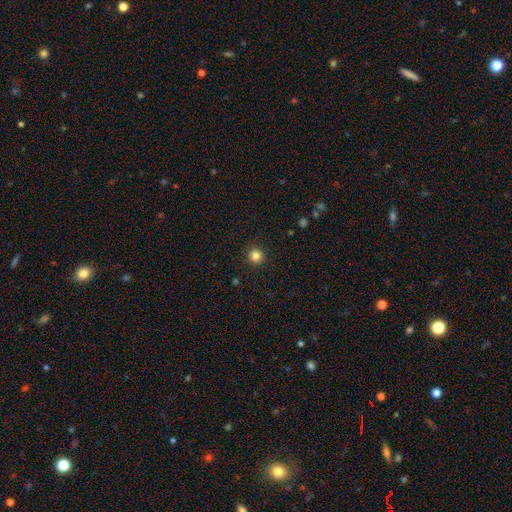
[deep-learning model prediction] Overall: smooth (83%). How rounded: round (95%). Merging: none (92%).